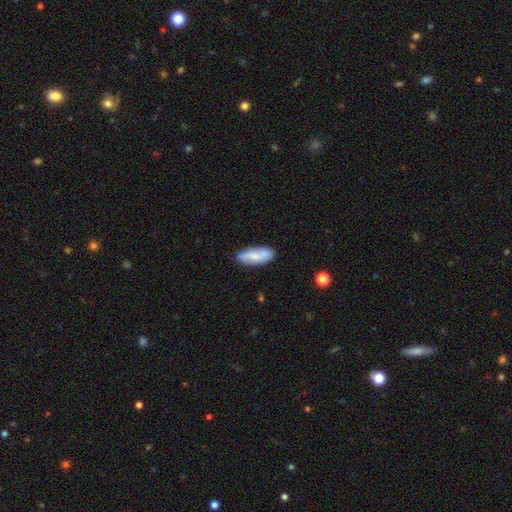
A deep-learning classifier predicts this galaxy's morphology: This is likely a smooth galaxy (68%). How rounded: likely in between (66%). Merging: likely none (79%).